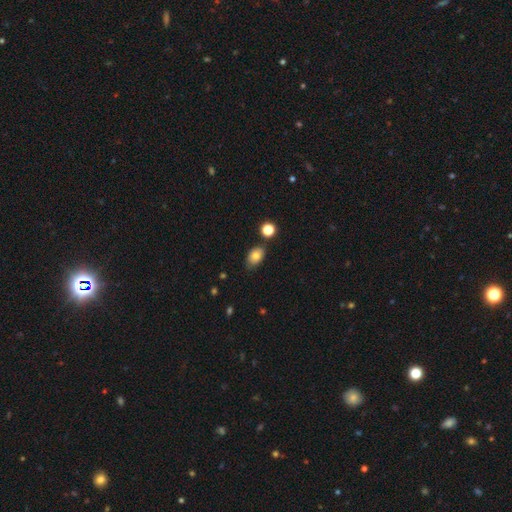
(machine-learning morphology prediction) Smooth or featured? smooth (78%)
How rounded? in between (83%)
Merging? none (74%)